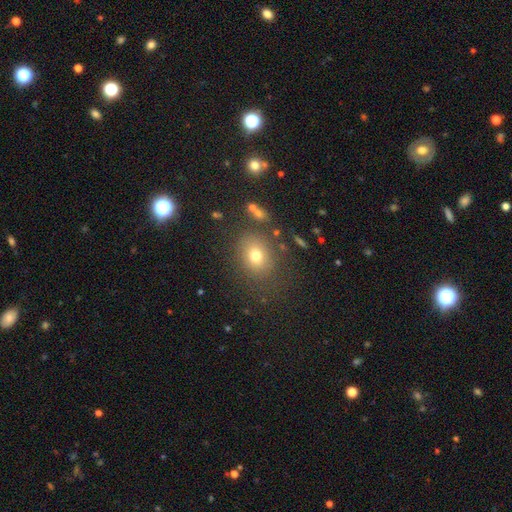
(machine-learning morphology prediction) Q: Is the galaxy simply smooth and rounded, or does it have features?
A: smooth — 73%.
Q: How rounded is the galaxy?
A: round — 55%.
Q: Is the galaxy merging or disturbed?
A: none — 78%.